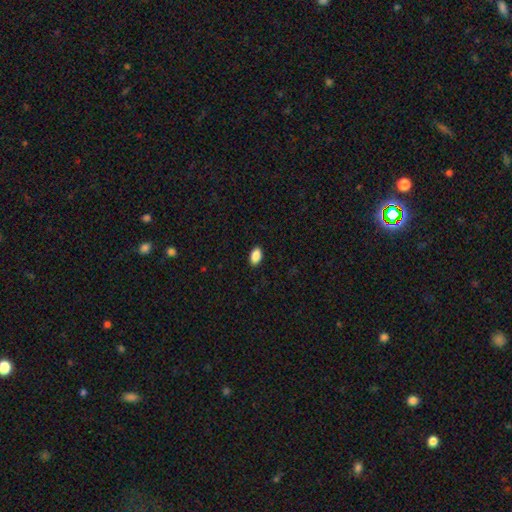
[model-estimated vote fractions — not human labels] smooth-or-featured: smooth: 89% | star or artifact: 7% | featured or disk: 3%
  how-rounded: in between: 93% | round: 5% | cigar-shaped: 2%
  merging: none: 90% | minor disturbance: 7% | major disturbance: 2% | merger: 1%